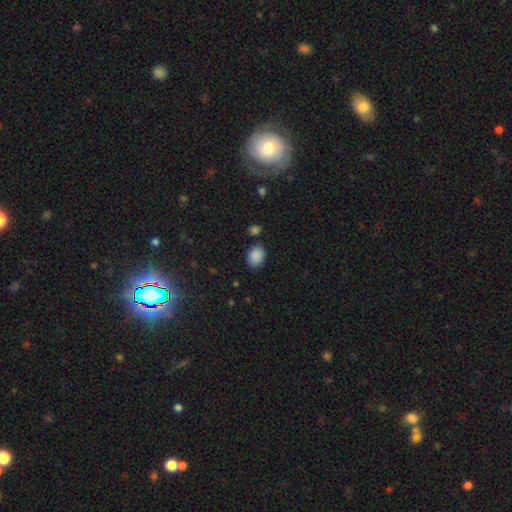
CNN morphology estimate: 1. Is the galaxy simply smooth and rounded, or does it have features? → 88% smooth, 9% star or artifact, 3% featured or disk.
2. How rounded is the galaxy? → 70% in between, 29% round, 1% cigar-shaped.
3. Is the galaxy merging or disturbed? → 79% none, 13% minor disturbance, 4% merger, 3% major disturbance.